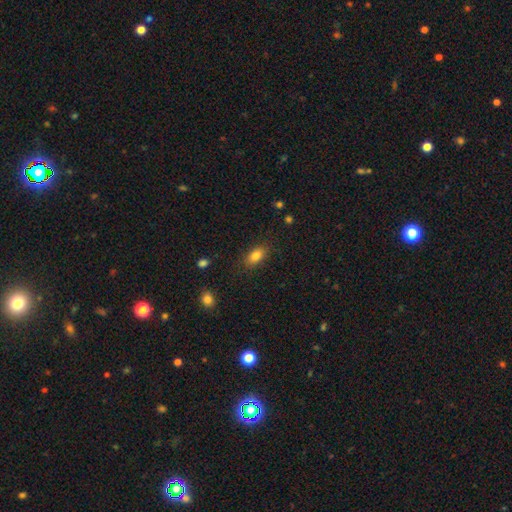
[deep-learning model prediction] A smooth galaxy with no disk features (84%) that is in between round and cigar-shaped (88%).

Vote fractions:
- Smooth or featured? smooth: 84% / star or artifact: 9% / featured or disk: 8%
- How rounded? in between: 88% / round: 8% / cigar-shaped: 4%
- Merging? none: 84% / minor disturbance: 11% / major disturbance: 3% / merger: 1%